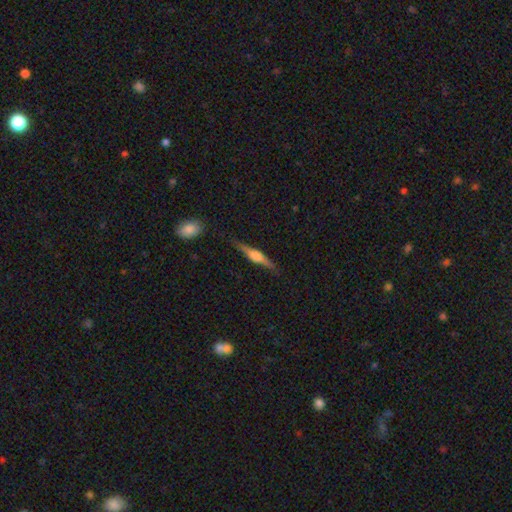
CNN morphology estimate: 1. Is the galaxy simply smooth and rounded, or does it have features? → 72% featured or disk, 22% smooth, 6% star or artifact.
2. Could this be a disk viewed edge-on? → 97% yes, 3% no.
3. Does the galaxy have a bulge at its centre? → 82% rounded, 14% boxy, 4% none.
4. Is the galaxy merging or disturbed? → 87% none, 10% minor disturbance, 2% major disturbance, 1% merger.